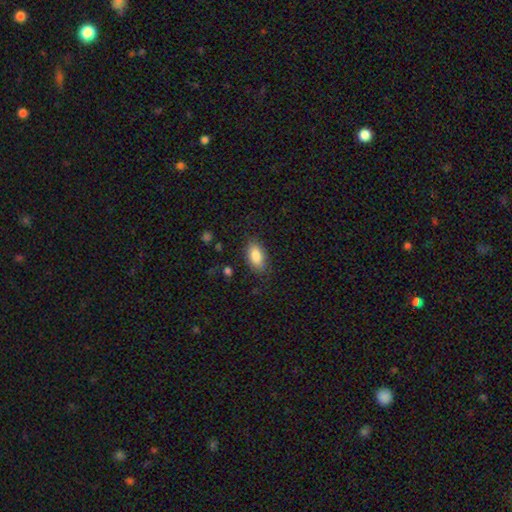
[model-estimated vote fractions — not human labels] Smooth or featured? Predicted: smooth (p=0.86). How rounded? Predicted: in between (p=0.92). Merging? Predicted: none (p=0.81).